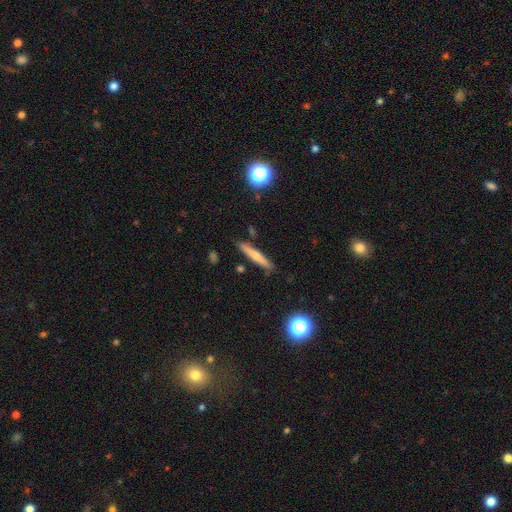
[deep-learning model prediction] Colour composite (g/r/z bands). It shows a smooth galaxy with no disk features (55%) that is cigar-shaped (93%). Merging: none (85%).